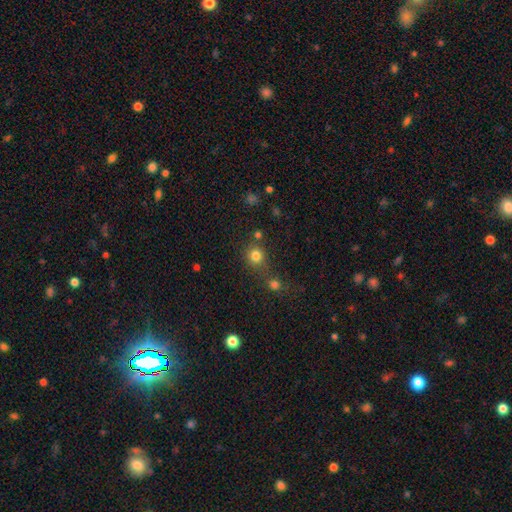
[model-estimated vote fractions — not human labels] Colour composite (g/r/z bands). It shows a smooth galaxy with no disk features (79%) that is round (87%). Merging: none (62%).